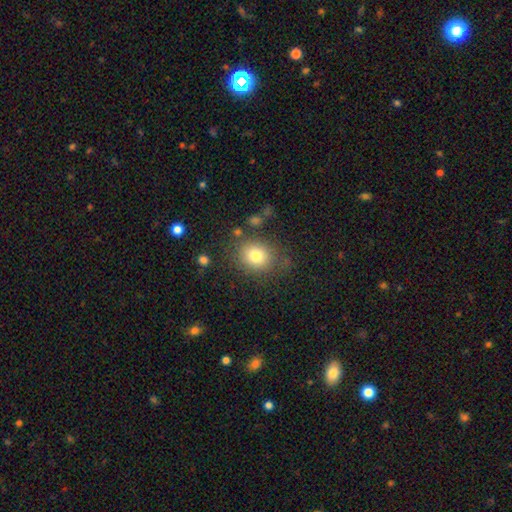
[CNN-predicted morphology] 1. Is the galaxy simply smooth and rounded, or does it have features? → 78% smooth, 12% star or artifact, 10% featured or disk.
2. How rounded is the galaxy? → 65% round, 34% in between, 1% cigar-shaped.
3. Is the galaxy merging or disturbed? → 76% none, 14% minor disturbance, 6% major disturbance, 4% merger.